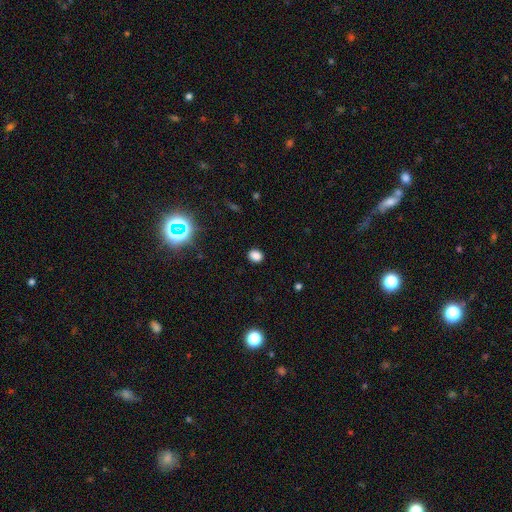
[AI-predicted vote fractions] Morphology: type=smooth (82%); roundness=round (56%); merging=none (89%).